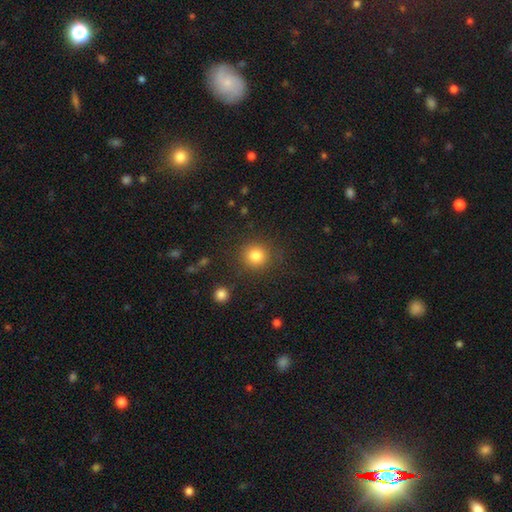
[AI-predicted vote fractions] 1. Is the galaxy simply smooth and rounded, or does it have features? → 82% smooth, 11% star or artifact, 6% featured or disk.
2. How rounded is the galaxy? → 92% round, 7% in between, 1% cigar-shaped.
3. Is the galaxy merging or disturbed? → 86% none, 8% minor disturbance, 4% major disturbance, 2% merger.